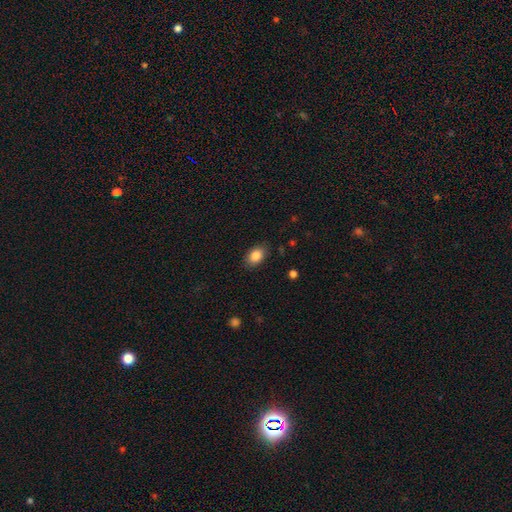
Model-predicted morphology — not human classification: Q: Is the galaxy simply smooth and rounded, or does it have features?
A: smooth — 86%.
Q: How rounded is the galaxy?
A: in between — 82%.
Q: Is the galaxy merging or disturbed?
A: none — 85%.